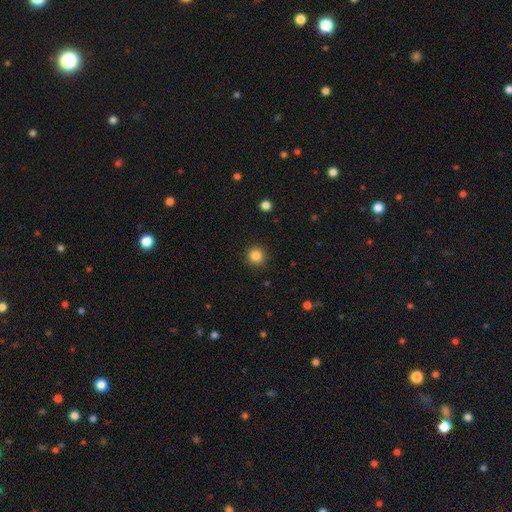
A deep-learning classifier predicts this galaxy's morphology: type=smooth (84%); roundness=round (94%); merging=none (91%).